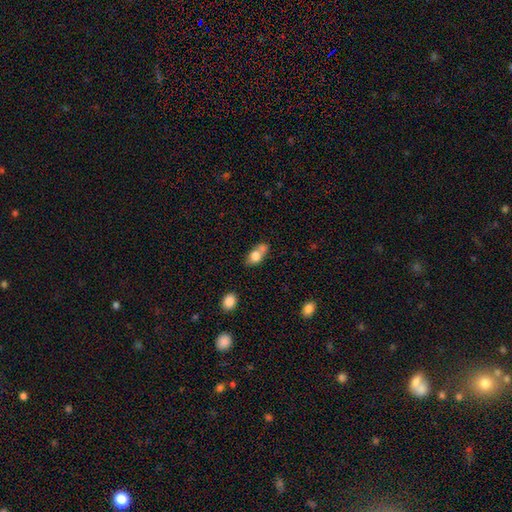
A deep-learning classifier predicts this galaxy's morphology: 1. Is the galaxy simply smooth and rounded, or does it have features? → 74% smooth, 17% featured or disk, 9% star or artifact.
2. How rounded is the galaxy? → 67% in between, 29% round, 4% cigar-shaped.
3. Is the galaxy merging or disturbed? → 47% merger, 35% none, 13% minor disturbance, 5% major disturbance.